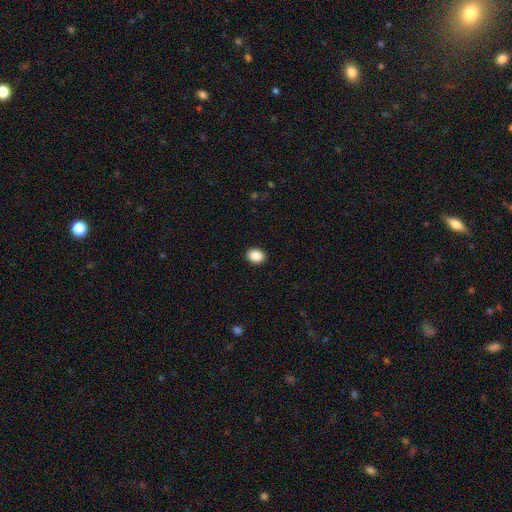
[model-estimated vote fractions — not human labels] smooth_or_featured: smooth (p=0.89) [alt: star or artifact p=0.08]
how_rounded: in between (p=0.52) [alt: round p=0.47]
merging: none (p=0.92) [alt: minor disturbance p=0.06]